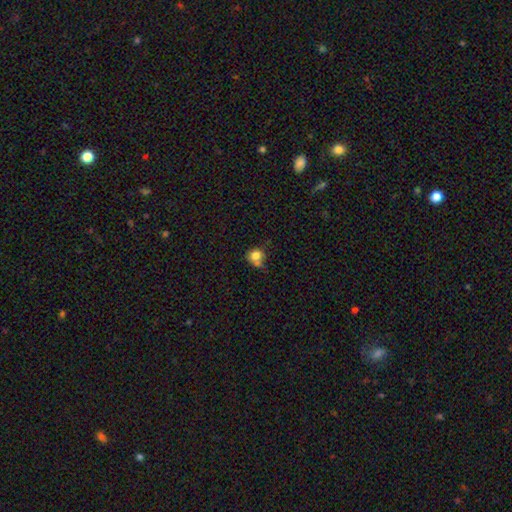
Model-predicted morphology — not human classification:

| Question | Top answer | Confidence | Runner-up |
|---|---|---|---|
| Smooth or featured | smooth | 78% | star or artifact (11%) |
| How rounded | round | 77% | in between (22%) |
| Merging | none | 44% | merger (28%) |